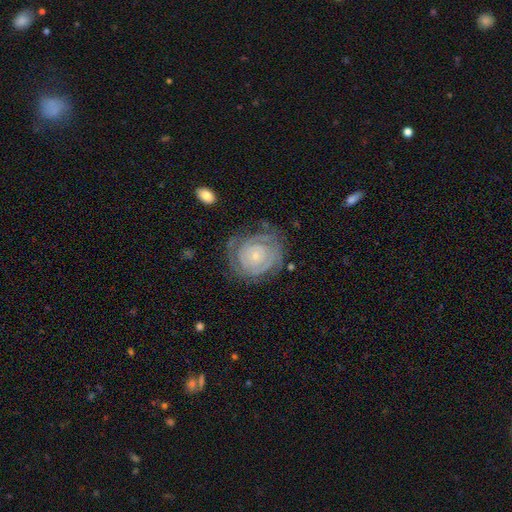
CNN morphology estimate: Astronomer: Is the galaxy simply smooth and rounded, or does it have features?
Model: featured or disk — 78%.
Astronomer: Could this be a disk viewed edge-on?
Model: no — 97%.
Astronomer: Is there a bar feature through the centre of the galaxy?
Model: no — 80%.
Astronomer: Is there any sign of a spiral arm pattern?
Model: yes — 88%.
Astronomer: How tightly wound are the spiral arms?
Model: tight — 80%.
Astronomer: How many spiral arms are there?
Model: can't tell — 42% (runner-up: 2, 26%).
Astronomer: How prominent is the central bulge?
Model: small — 80%.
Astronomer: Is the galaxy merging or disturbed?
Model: none — 68%.